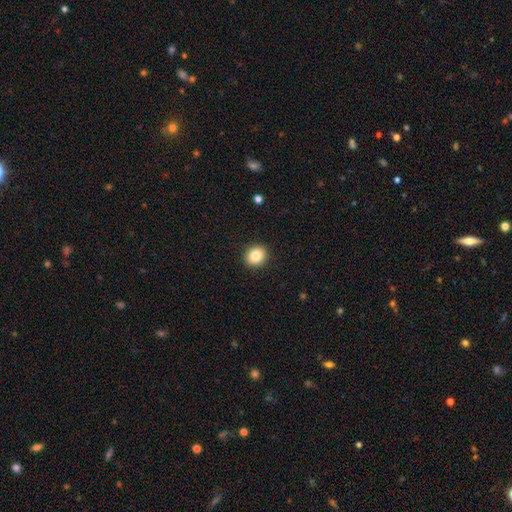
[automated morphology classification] Smooth or featured?
  - smooth: 83% *
  - star or artifact: 9%
  - featured or disk: 7%
How rounded?
  - round: 79% *
  - in between: 20%
  - cigar-shaped: 1%
Merging?
  - none: 92% *
  - minor disturbance: 5%
  - major disturbance: 2%
  - merger: 1%